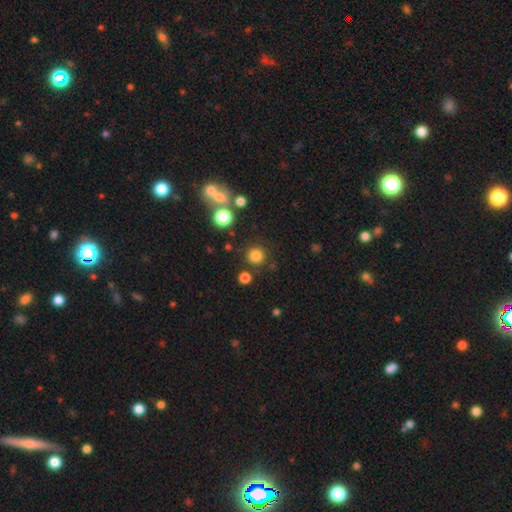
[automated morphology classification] Smooth or featured? smooth (79%)
How rounded? round (94%)
Merging? none (86%)